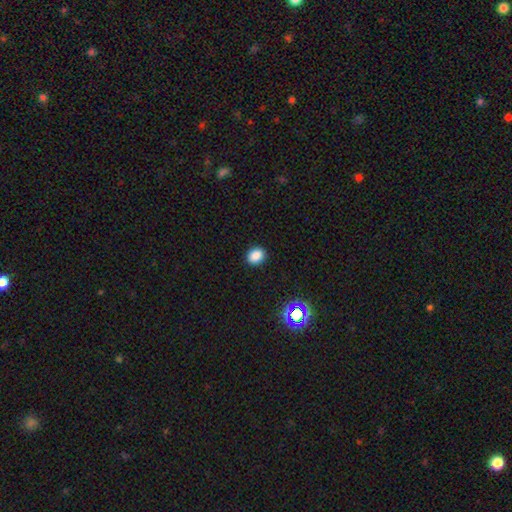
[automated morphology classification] The model was most divided on "how rounded": round: 55%, in between: 44%, cigar-shaped: 1%. More confident: merging — none (91%); smooth or featured — smooth (84%).